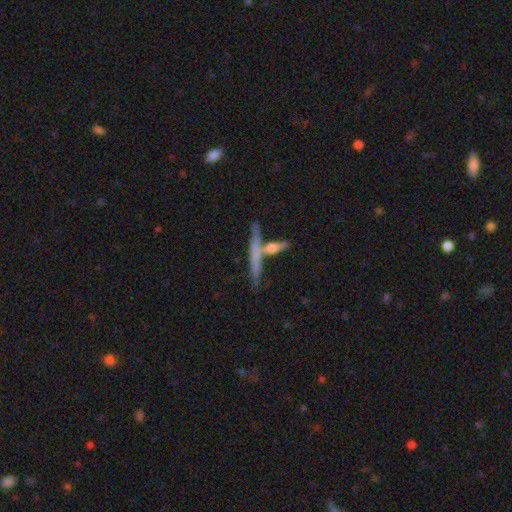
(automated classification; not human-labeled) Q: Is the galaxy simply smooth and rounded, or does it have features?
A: featured or disk — 47%.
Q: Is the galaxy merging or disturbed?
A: none — 65%.